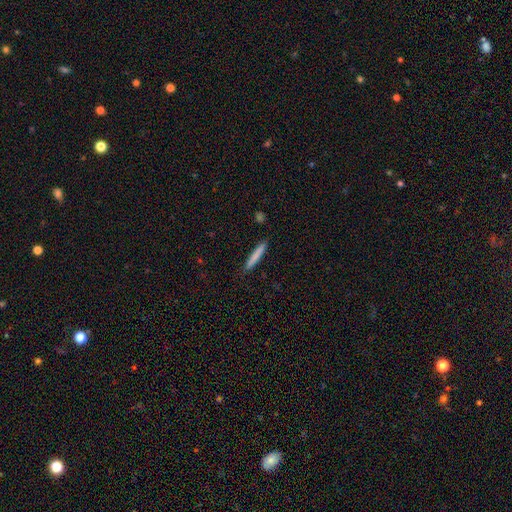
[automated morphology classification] Smooth or featured?
  - smooth: 80% *
  - featured or disk: 15%
  - star or artifact: 6%
How rounded?
  - cigar-shaped: 95% *
  - in between: 4%
  - round: 1%
Merging?
  - none: 89% *
  - minor disturbance: 8%
  - major disturbance: 2%
  - merger: 1%